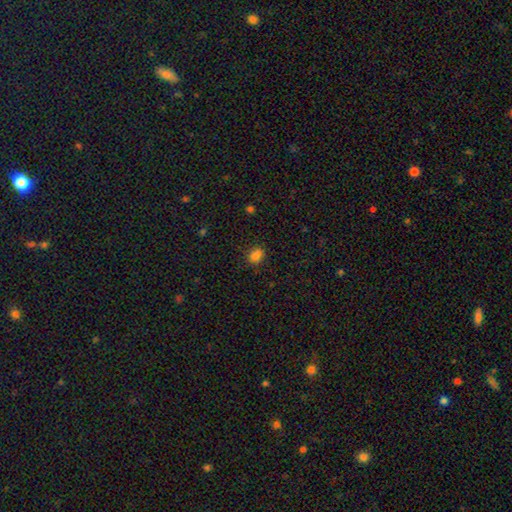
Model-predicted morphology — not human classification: Smooth or featured? smooth (74%)
How rounded? round (54%)
Merging? none (63%)